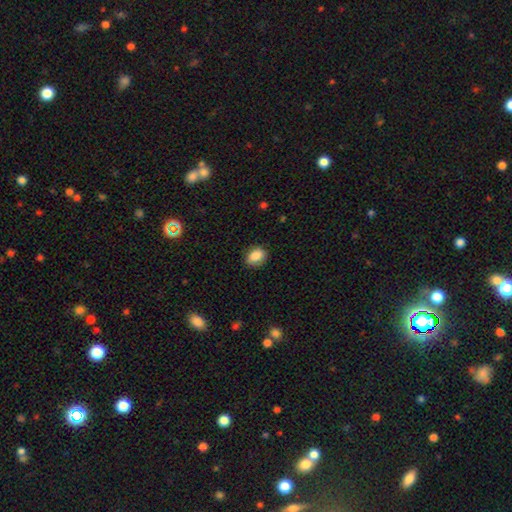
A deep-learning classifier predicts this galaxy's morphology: Overall: smooth (87%). How rounded: in between (72%). Merging: none (83%).